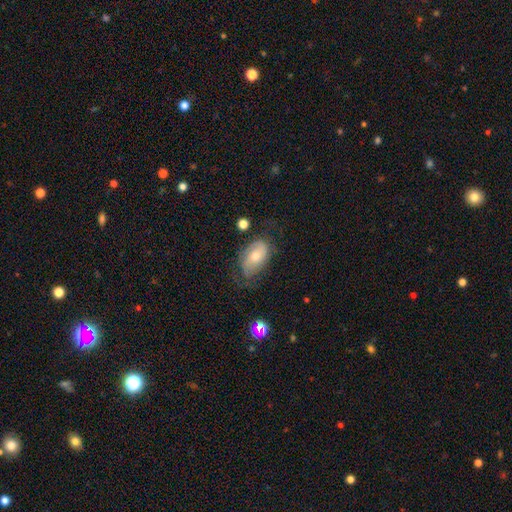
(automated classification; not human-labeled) The model was most divided on "smooth or featured": smooth: 48%, featured or disk: 44%, star or artifact: 8%. More confident: merging — none (50%).